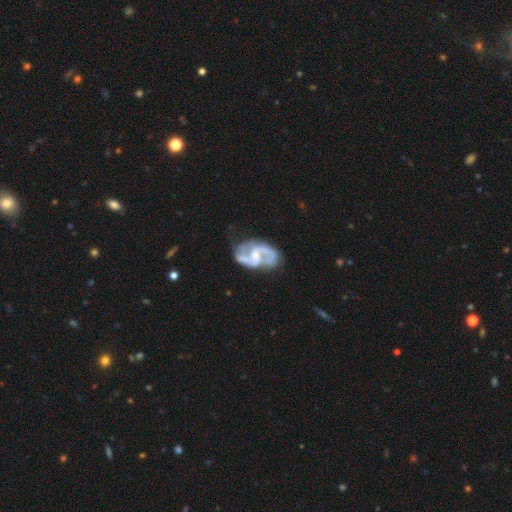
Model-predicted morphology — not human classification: featured or disk 87%, smooth 8%, star or artifact 5%. Down the decision tree: edge-on disk — no (97%); bar — weak (49%); spiral arms — yes (95%); spiral arm count — 2 (85%); spiral winding — medium (56%); bulge size — moderate (43%); merging — none (66%).